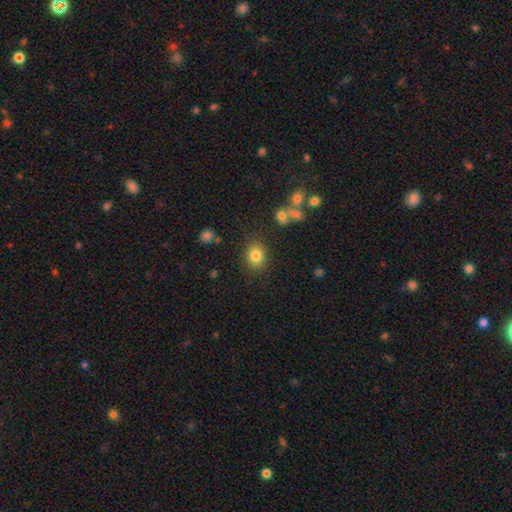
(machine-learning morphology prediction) Smooth or featured? smooth (81%)
How rounded? round (58%)
Merging? none (83%)